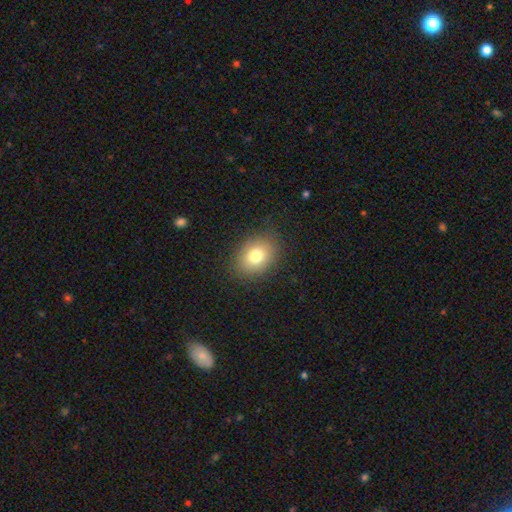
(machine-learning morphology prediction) smooth_or_featured: smooth (p=0.78) [alt: featured or disk p=0.11]
how_rounded: in between (p=0.62) [alt: round p=0.37]
merging: none (p=0.85) [alt: minor disturbance p=0.10]